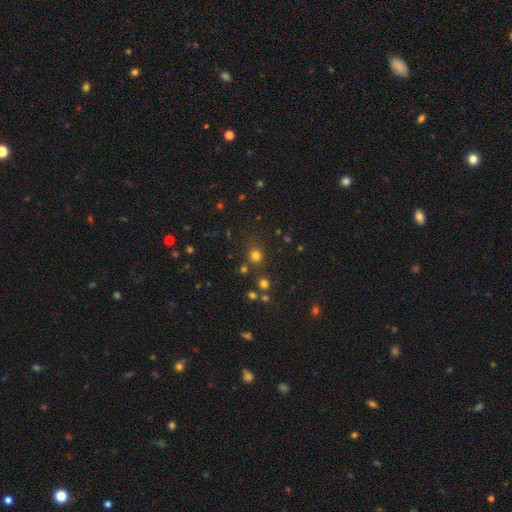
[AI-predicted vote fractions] Smooth or featured? smooth (74%)
How rounded? round (87%)
Merging? none (79%)